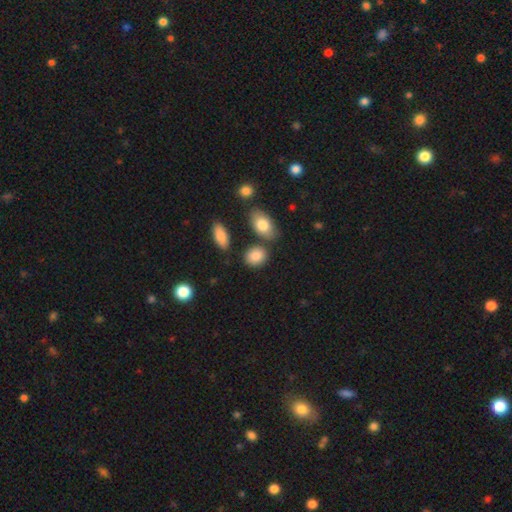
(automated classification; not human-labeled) Morphology: type=smooth (86%); roundness=in between (57%); merging=none (76%).